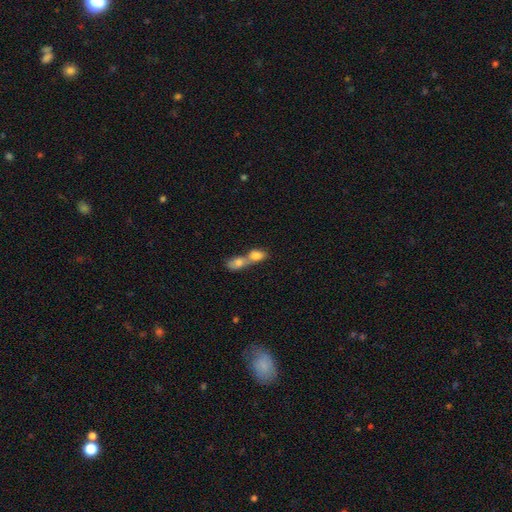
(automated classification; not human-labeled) smooth-or-featured: smooth: 79% | featured or disk: 13% | star or artifact: 8%
  how-rounded: in between: 76% | round: 17% | cigar-shaped: 6%
  merging: merger: 79% | none: 13% | minor disturbance: 4% | major disturbance: 3%